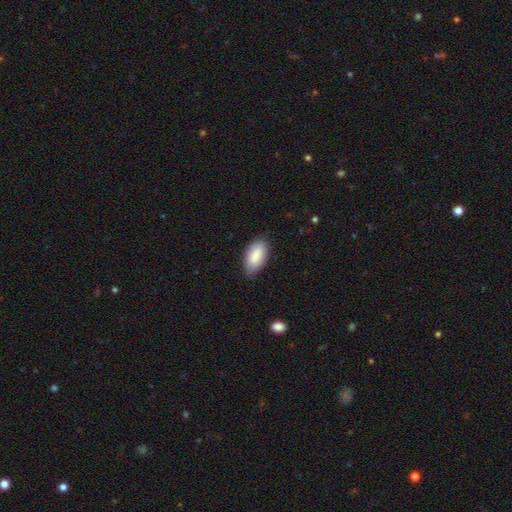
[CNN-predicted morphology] A smooth galaxy with no disk features (87%) that is in between round and cigar-shaped (94%). Merging: none (78%).